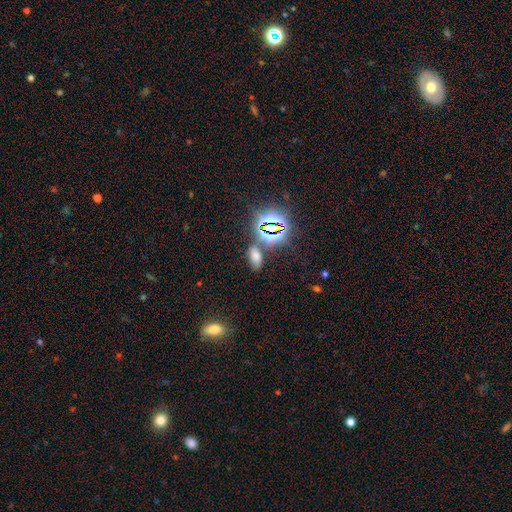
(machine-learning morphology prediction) Q: Smooth or featured?
A: smooth (56%); runner-up: star or artifact (36%)
Q: How rounded?
A: in between (88%); runner-up: round (7%)
Q: Merging?
A: none (72%); runner-up: minor disturbance (13%)